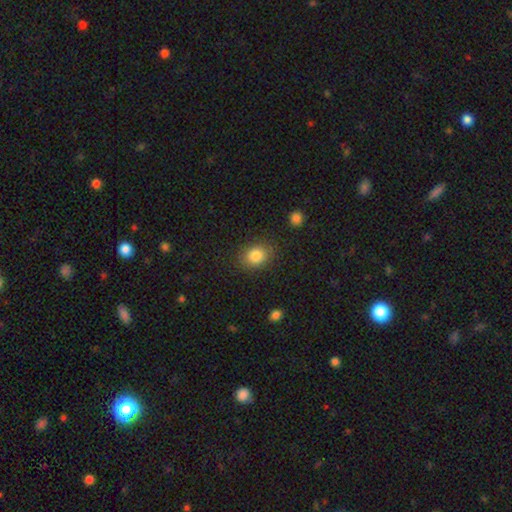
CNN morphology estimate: This is clearly a smooth galaxy (84%). How rounded: possibly in between (51%). Merging: clearly none (85%).